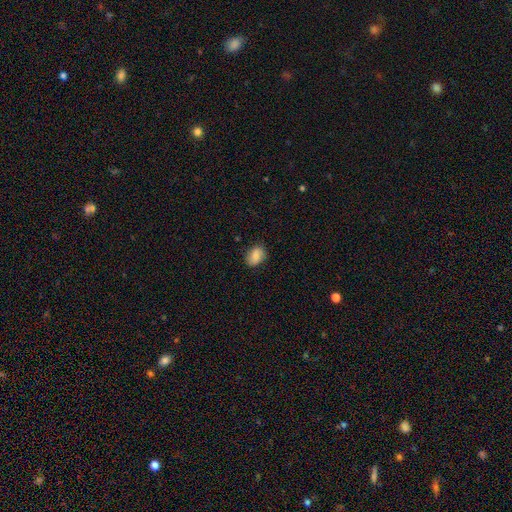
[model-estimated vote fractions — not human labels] The model was most divided on "how rounded": in between: 68%, round: 31%, cigar-shaped: 1%. More confident: merging — none (80%); smooth or featured — smooth (78%).